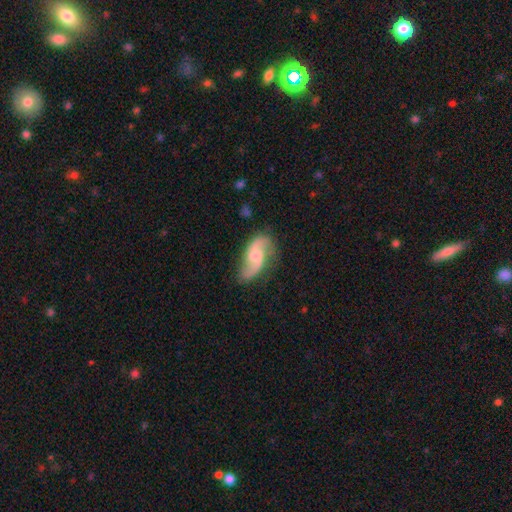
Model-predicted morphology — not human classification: Smooth or featured? Predicted: featured or disk (p=0.79). Edge-on disk? Predicted: no (p=0.96). Bar? Predicted: no (p=0.53). Spiral arms? Predicted: yes (p=0.95). Spiral winding? Predicted: loose (p=0.64). Spiral arm count? Predicted: 2 (p=0.91). Bulge size? Predicted: moderate (p=0.48). Merging? Predicted: none (p=0.73).